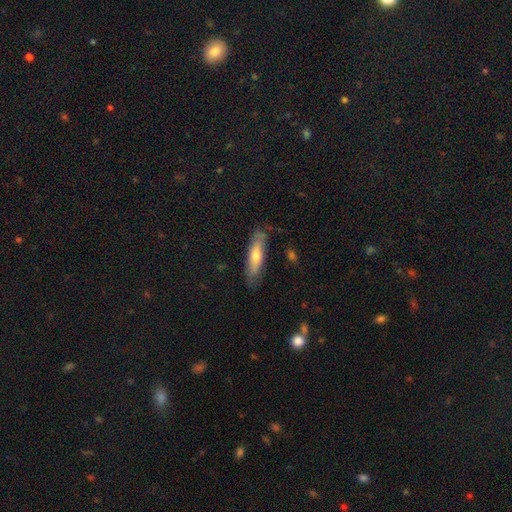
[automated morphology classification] Smooth or featured: smooth — 64% (featured or disk — 30%)
How rounded: cigar-shaped — 69% (in between — 30%)
Merging: none — 79% (minor disturbance — 17%)